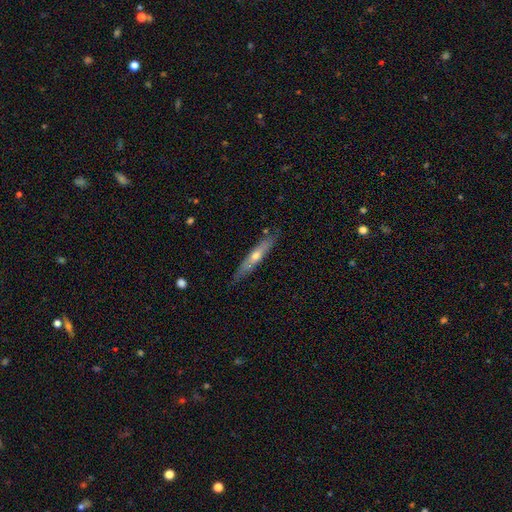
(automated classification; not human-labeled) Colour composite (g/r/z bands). It shows a featured or disk galaxy (57%) viewed edge-on (86%). Merging: none (84%).